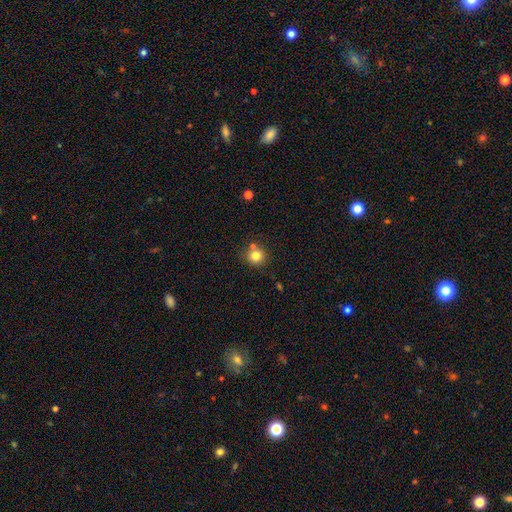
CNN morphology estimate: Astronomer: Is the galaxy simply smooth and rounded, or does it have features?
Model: smooth — 80%.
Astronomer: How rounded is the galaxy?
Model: round — 91%.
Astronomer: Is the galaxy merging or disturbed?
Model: none — 72%.